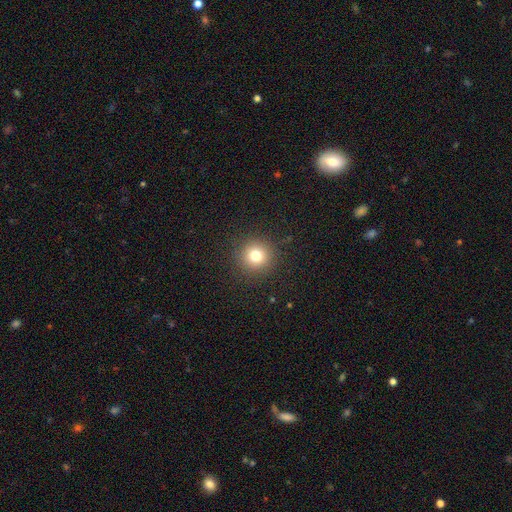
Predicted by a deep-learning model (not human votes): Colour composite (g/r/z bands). It shows a smooth galaxy with no disk features (77%) that is round (95%). Merging: none (91%).